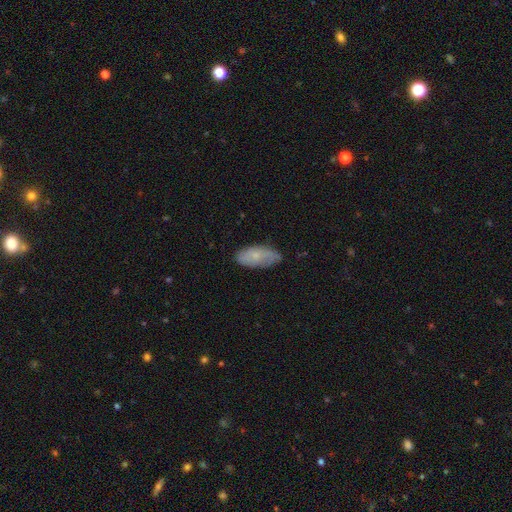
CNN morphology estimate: smooth 64%, featured or disk 29%, star or artifact 7%. Down the decision tree: how rounded — in between (88%); merging — none (68%).